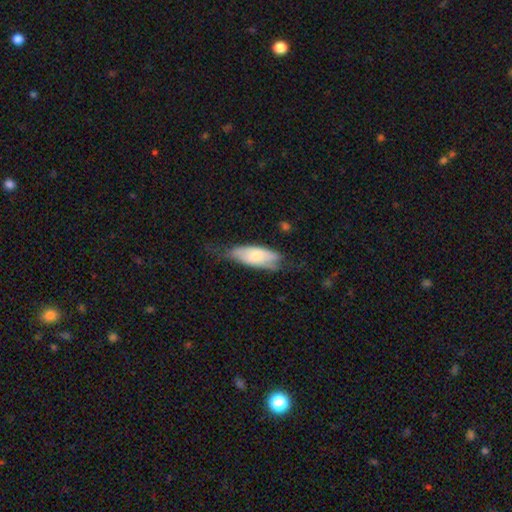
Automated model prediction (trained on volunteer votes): This appears to be a smooth galaxy with no disk features (57%) that is in between round and cigar-shaped (75%). Merging: none (44%).